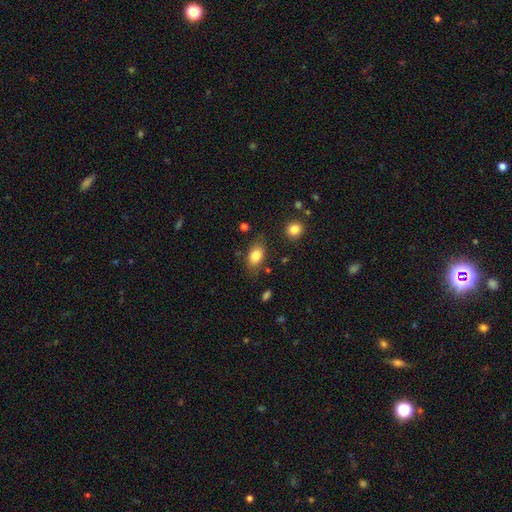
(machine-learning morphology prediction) smooth 82%, featured or disk 10%, star or artifact 8%. Down the decision tree: how rounded — in between (81%); merging — none (74%).